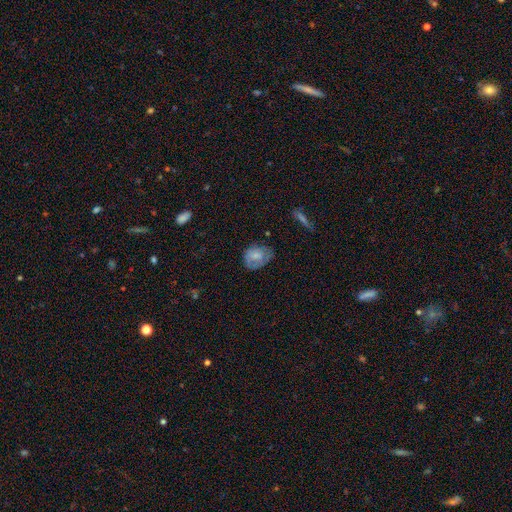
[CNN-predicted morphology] Smooth or featured: smooth — 67% (featured or disk — 24%)
How rounded: in between — 60% (round — 39%)
Merging: none — 54% (minor disturbance — 31%)